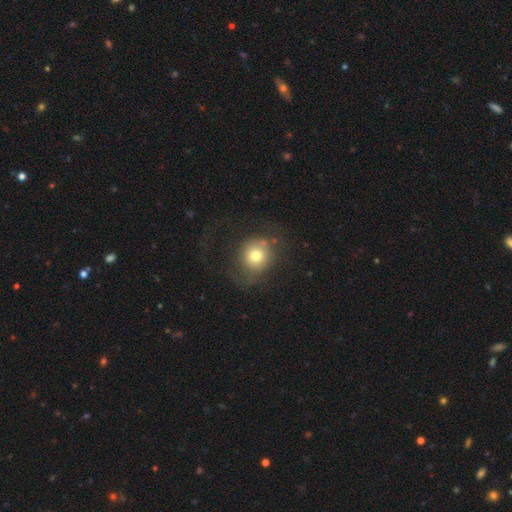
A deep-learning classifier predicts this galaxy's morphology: The model was most divided on "merging": none: 53%, major disturbance: 25%, minor disturbance: 19%, merger: 3%. More confident: how rounded — round (85%); smooth or featured — smooth (70%).